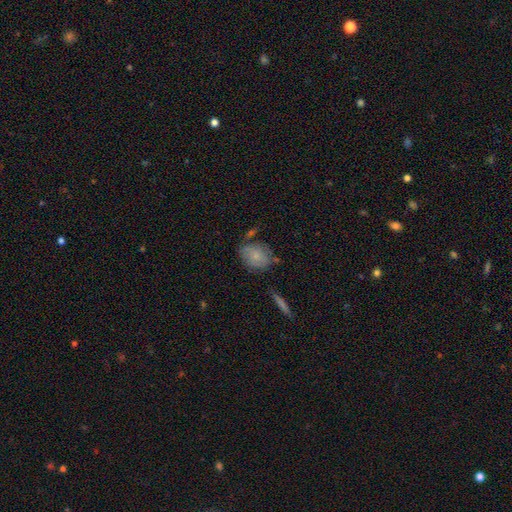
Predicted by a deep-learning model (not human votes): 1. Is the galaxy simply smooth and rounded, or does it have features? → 74% smooth, 19% featured or disk, 7% star or artifact.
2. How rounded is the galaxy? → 50% in between, 48% round, 2% cigar-shaped.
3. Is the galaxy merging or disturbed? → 59% none, 24% minor disturbance, 10% merger, 7% major disturbance.